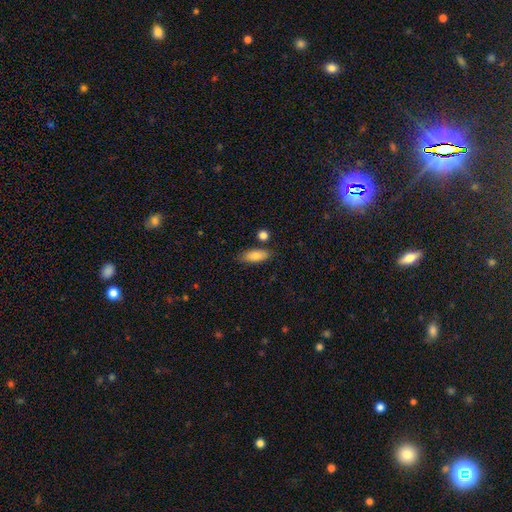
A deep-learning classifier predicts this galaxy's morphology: A smooth galaxy with no disk features (85%) that is in between round and cigar-shaped (78%).

Vote fractions:
- Smooth or featured? smooth: 85% / featured or disk: 9% / star or artifact: 7%
- How rounded? in between: 78% / cigar-shaped: 19% / round: 3%
- Merging? none: 77% / minor disturbance: 14% / merger: 6% / major disturbance: 3%